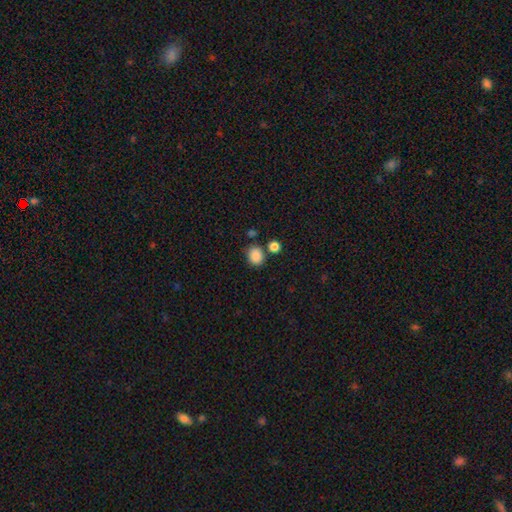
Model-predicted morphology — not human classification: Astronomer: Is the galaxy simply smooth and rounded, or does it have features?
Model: smooth — 87%.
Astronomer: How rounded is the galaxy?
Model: round — 54% (runner-up: in between, 45%).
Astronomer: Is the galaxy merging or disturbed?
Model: none — 73%.